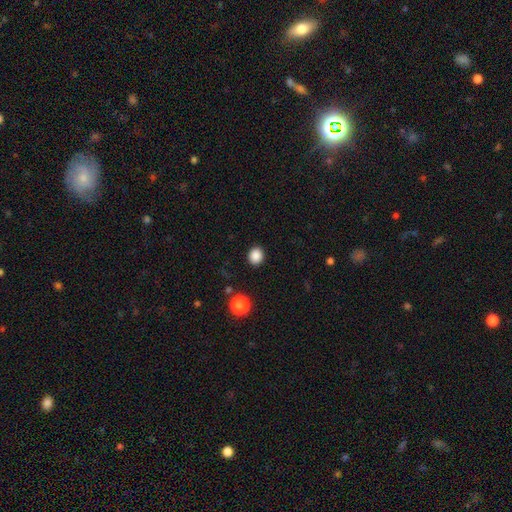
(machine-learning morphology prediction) smooth_or_featured: smooth (p=0.87) [alt: star or artifact p=0.10]
how_rounded: round (p=0.75) [alt: in between p=0.24]
merging: none (p=0.90) [alt: minor disturbance p=0.06]